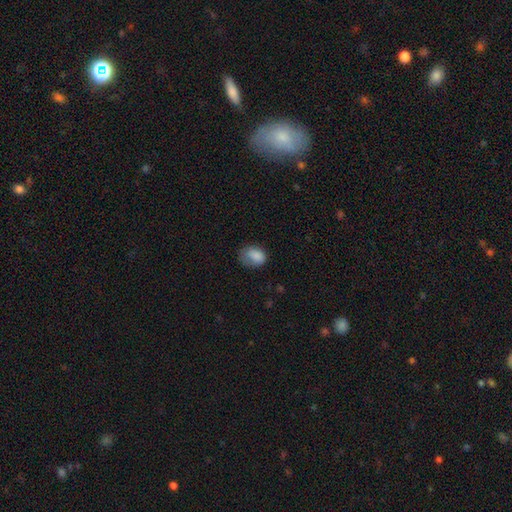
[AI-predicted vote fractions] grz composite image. It shows a smooth galaxy with no disk features (83%) that is in between round and cigar-shaped (70%). Merging: none (45%).